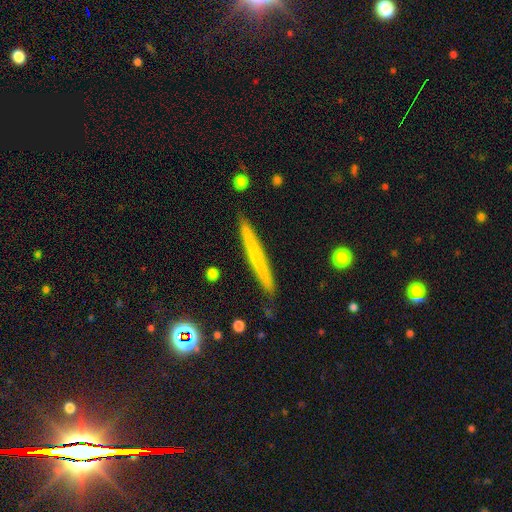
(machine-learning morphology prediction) This is possibly a smooth galaxy (55%). How rounded: clearly cigar-shaped (96%). Merging: clearly none (90%).